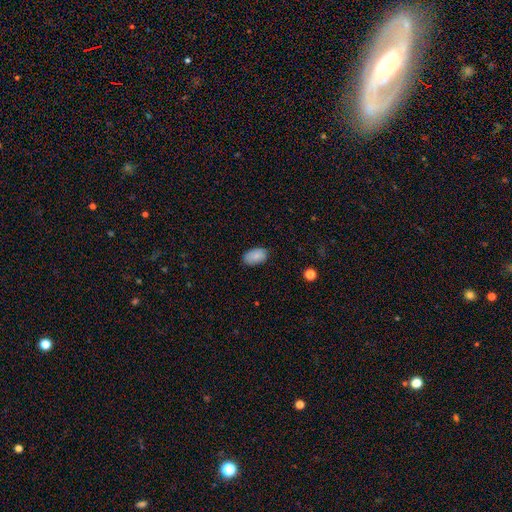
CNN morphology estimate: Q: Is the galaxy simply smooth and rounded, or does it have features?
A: smooth — 86%.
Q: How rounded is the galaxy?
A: in between — 93%.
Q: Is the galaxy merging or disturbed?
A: none — 84%.